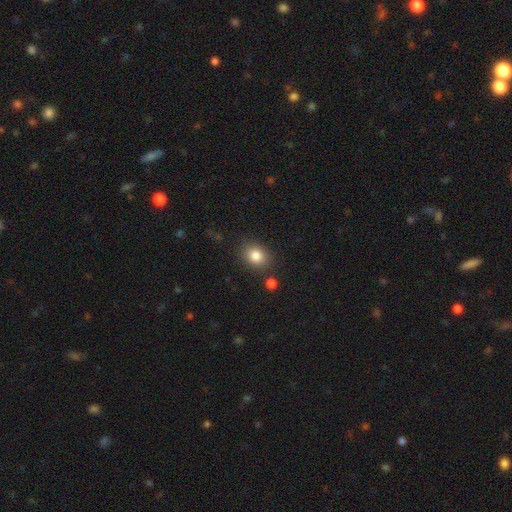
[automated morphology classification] This is clearly a smooth galaxy (84%). How rounded: possibly round (50%). Merging: clearly none (83%).